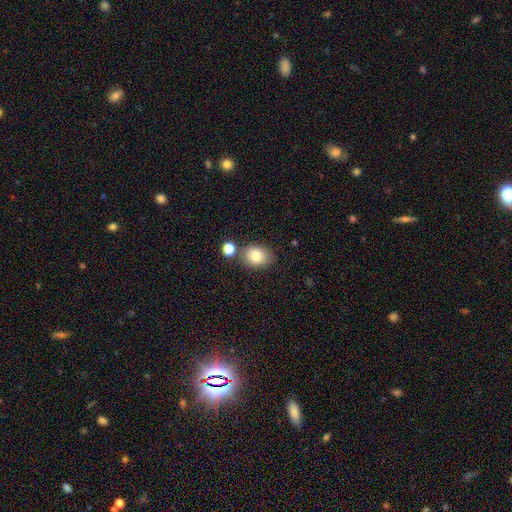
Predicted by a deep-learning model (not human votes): Smooth or featured?
  - smooth: 83% *
  - star or artifact: 9%
  - featured or disk: 8%
How rounded?
  - in between: 52% *
  - round: 47%
  - cigar-shaped: 1%
Merging?
  - none: 72% *
  - minor disturbance: 13%
  - merger: 11%
  - major disturbance: 4%